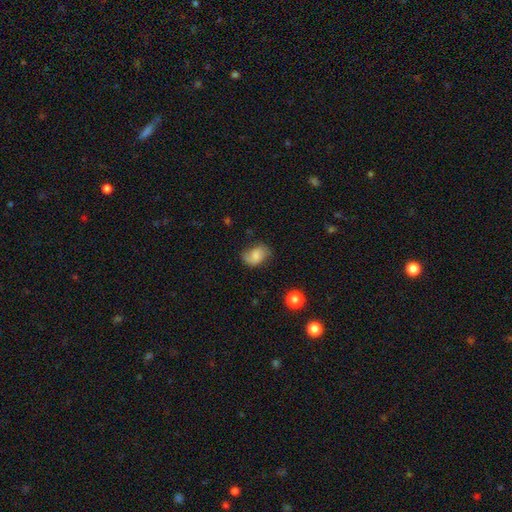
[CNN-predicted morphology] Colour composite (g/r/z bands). It shows a smooth galaxy with no disk features (60%) that is in between round and cigar-shaped (77%). Merging: none (62%).